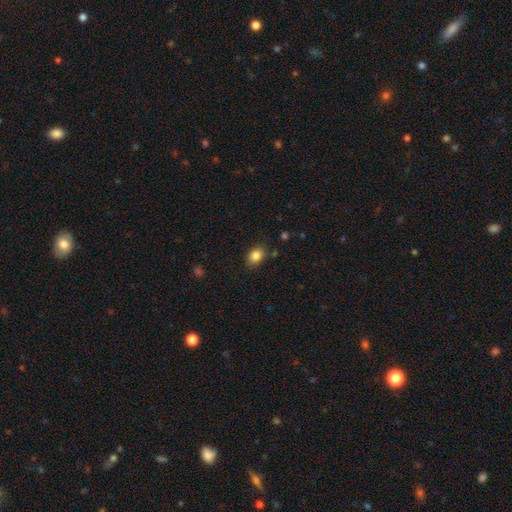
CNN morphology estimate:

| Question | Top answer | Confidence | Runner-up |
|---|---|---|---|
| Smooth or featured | smooth | 85% | star or artifact (9%) |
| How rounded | in between | 69% | round (30%) |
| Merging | none | 82% | minor disturbance (12%) |